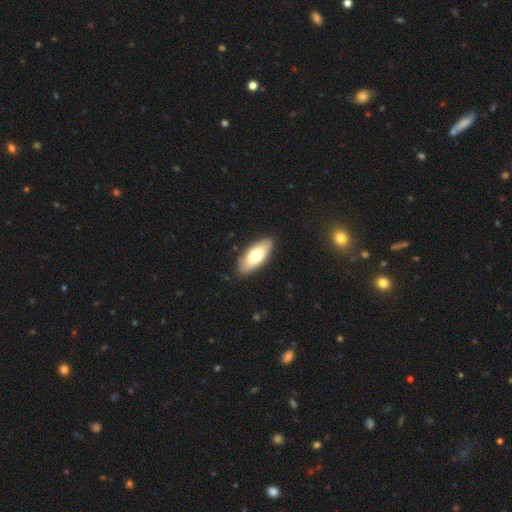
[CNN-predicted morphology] smooth-or-featured: smooth: 70% | featured or disk: 24% | star or artifact: 6%
  how-rounded: in between: 82% | cigar-shaped: 16% | round: 2%
  merging: none: 86% | minor disturbance: 10% | major disturbance: 2% | merger: 1%